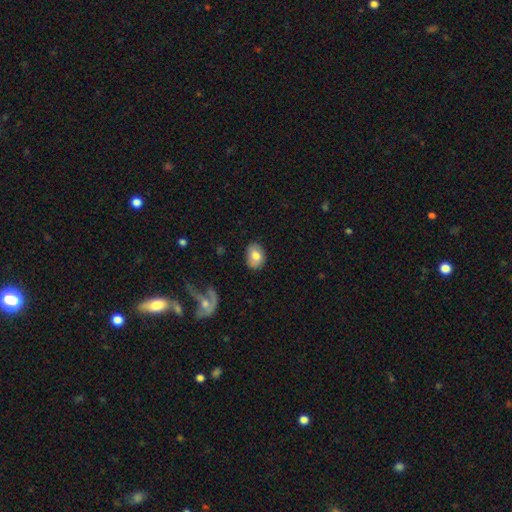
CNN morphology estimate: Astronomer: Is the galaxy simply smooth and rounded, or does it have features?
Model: smooth — 76%.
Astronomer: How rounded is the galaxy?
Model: in between — 70%.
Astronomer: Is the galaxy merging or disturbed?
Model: none — 78%.